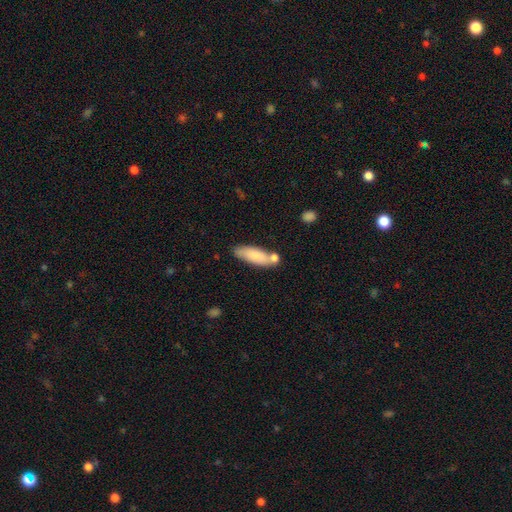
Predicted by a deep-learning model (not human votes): Overall: smooth (79%). How rounded: in between (52%; cigar-shaped 47%). Merging: none (61%).